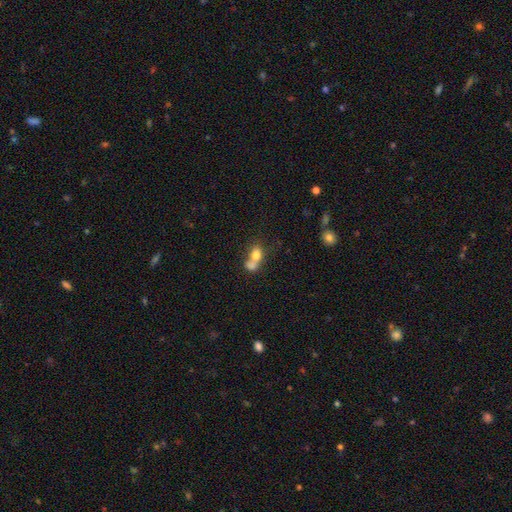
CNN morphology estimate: smooth 72%, featured or disk 18%, star or artifact 10%. Down the decision tree: how rounded — in between (58%); merging — merger (65%).